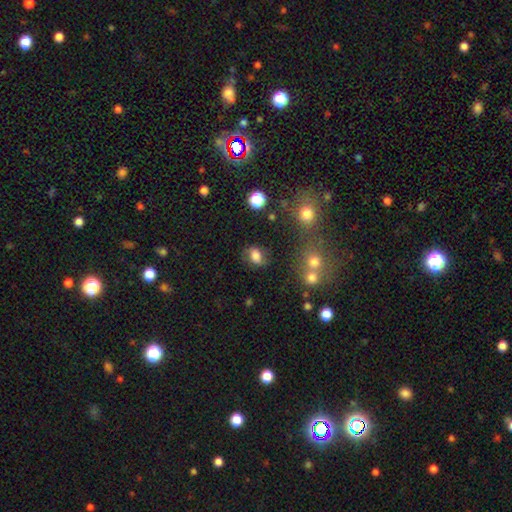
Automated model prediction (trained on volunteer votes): Q: Smooth or featured?
A: smooth (66%); runner-up: featured or disk (23%)
Q: How rounded?
A: in between (69%); runner-up: round (29%)
Q: Merging?
A: none (68%); runner-up: minor disturbance (20%)